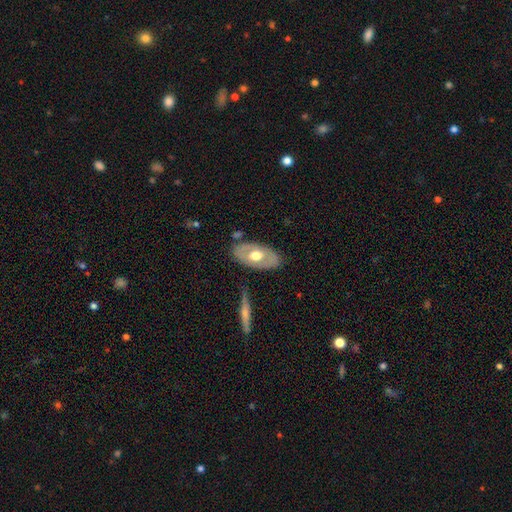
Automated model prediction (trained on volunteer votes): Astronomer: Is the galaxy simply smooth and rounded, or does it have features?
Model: featured or disk — 53% (runner-up: smooth, 42%).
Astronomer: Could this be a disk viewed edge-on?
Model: no — 82%.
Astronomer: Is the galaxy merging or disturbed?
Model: none — 77%.